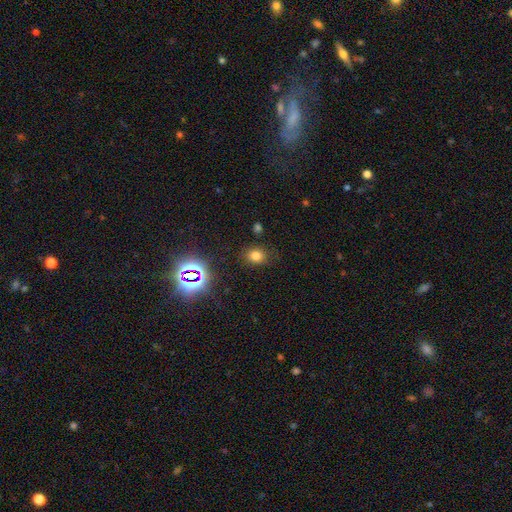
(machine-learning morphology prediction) A smooth galaxy with no disk features (72%) that is round (57%).

Vote fractions:
- Smooth or featured? smooth: 72% / star or artifact: 21% / featured or disk: 7%
- How rounded? round: 57% / in between: 42% / cigar-shaped: 1%
- Merging? none: 83% / minor disturbance: 11% / major disturbance: 4% / merger: 2%